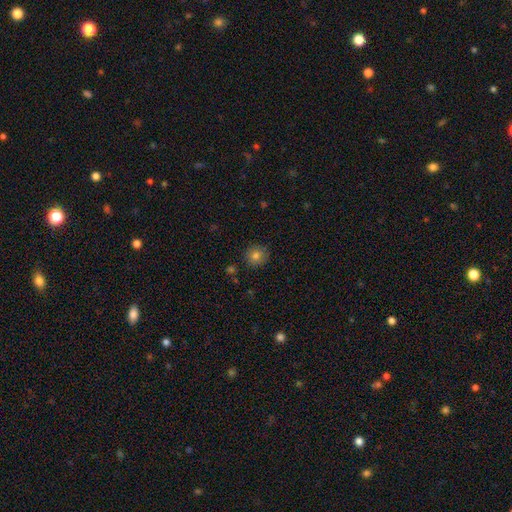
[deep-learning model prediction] smooth 80%, star or artifact 12%, featured or disk 8%. Down the decision tree: how rounded — round (93%); merging — none (89%).